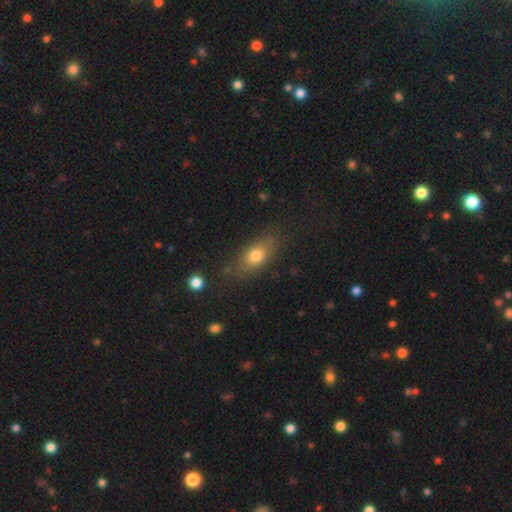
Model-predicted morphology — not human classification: type=smooth (72%); roundness=in between (74%); merging=none (74%).